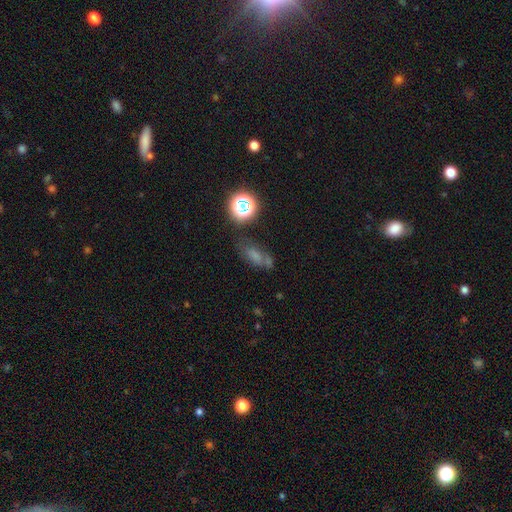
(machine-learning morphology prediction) Smooth or featured? smooth (54%)
How rounded? in between (71%)
Merging? none (51%)